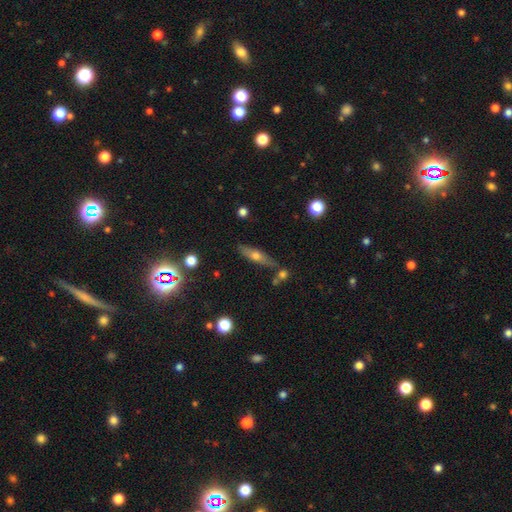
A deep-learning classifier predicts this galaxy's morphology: Overall: smooth (46%, tied with featured or disk). Merging: none (77%).